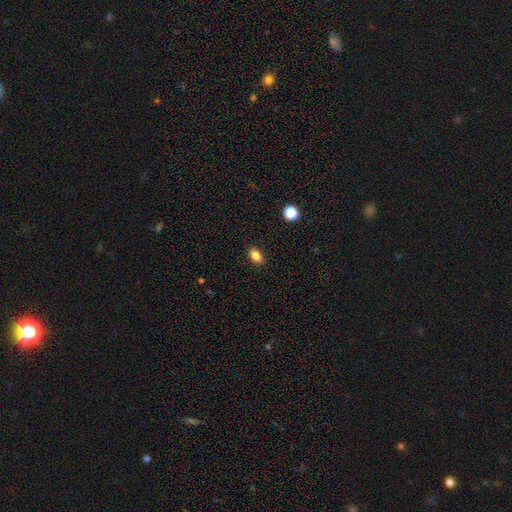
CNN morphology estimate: smooth 85%, star or artifact 10%, featured or disk 5%. Down the decision tree: how rounded — in between (85%); merging — none (89%).